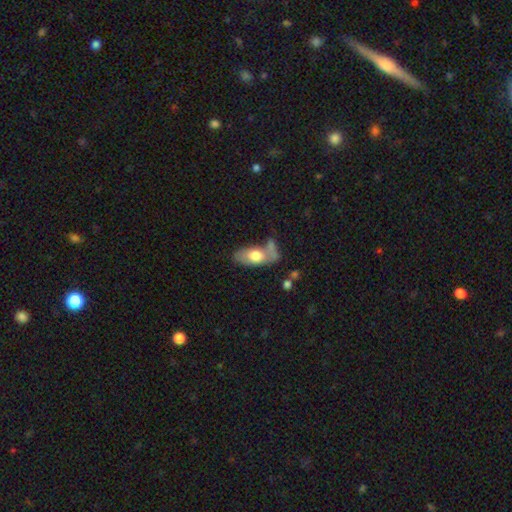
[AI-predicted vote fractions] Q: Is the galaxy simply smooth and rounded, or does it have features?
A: smooth — 66%.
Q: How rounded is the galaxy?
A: in between — 87%.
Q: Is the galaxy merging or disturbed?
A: none — 46%.